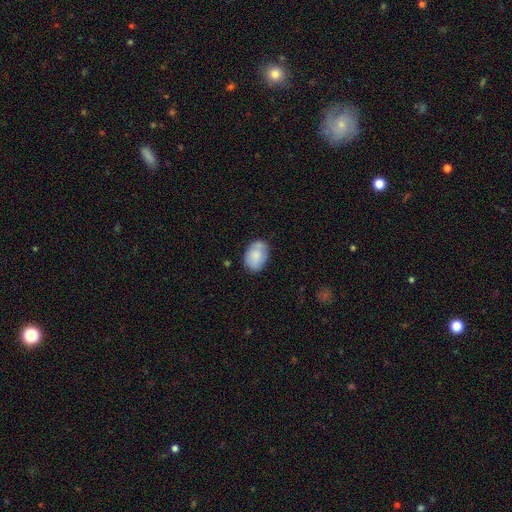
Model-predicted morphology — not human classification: Overall: smooth (77%). How rounded: in between (82%). Merging: none (68%).